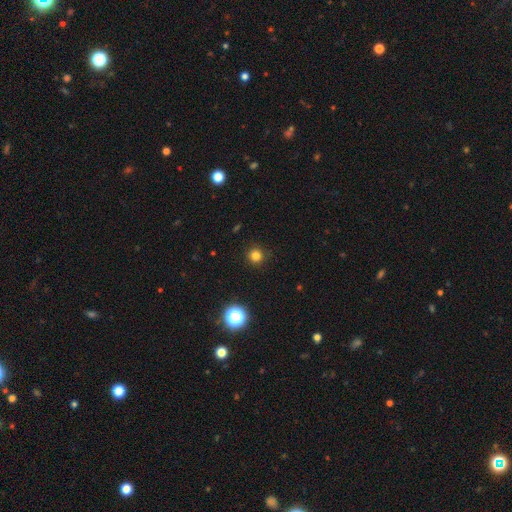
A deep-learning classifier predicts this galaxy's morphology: Q: Smooth or featured?
A: smooth (80%); runner-up: star or artifact (16%)
Q: How rounded?
A: round (95%); runner-up: in between (4%)
Q: Merging?
A: none (90%); runner-up: minor disturbance (7%)